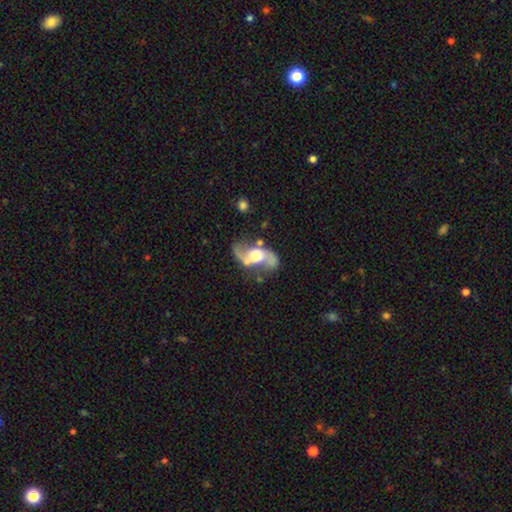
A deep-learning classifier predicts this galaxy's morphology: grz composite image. It shows a featured or disk galaxy (86%) with no bar (53%), 2 (93%) loose (62%) spiral arms (94%) and a large central bulge (51%). Merging: none (67%).